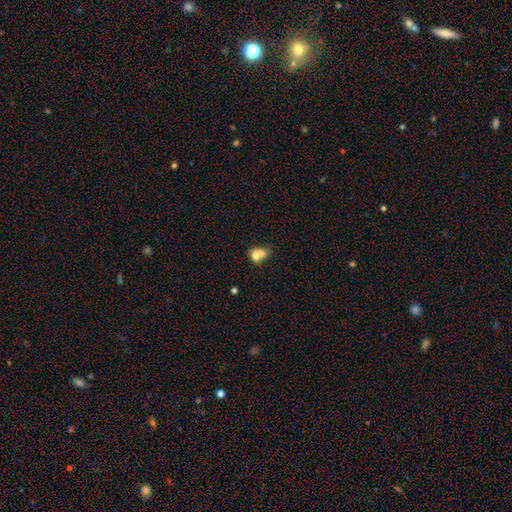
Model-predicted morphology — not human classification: A smooth galaxy with no disk features (70%) that is in between round and cigar-shaped (50%). Merging: merger (63%).